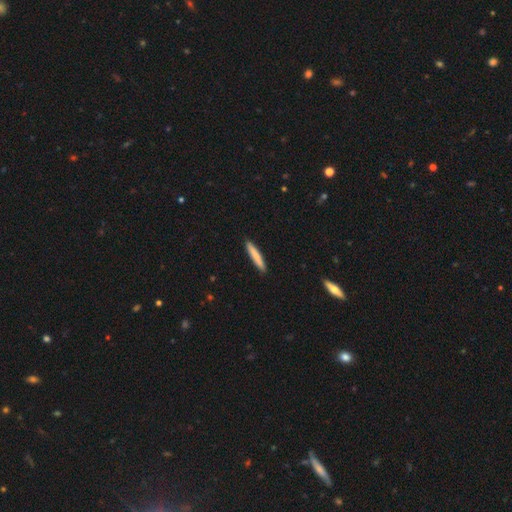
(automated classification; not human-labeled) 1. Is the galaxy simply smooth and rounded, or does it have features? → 82% smooth, 12% featured or disk, 6% star or artifact.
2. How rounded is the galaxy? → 94% cigar-shaped, 5% in between, 1% round.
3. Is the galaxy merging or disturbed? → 91% none, 7% minor disturbance, 1% major disturbance, 1% merger.